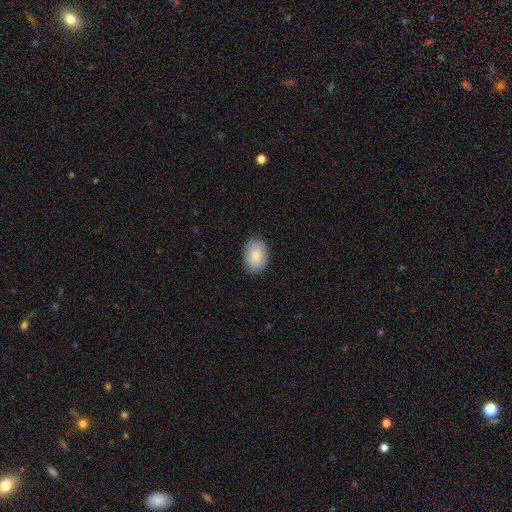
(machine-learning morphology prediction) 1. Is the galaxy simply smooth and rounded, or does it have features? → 83% smooth, 11% featured or disk, 6% star or artifact.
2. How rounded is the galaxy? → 80% in between, 19% round, 1% cigar-shaped.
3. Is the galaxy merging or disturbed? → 87% none, 10% minor disturbance, 2% major disturbance, 1% merger.